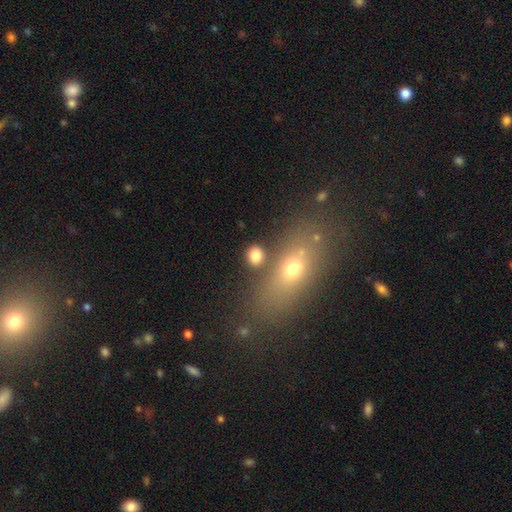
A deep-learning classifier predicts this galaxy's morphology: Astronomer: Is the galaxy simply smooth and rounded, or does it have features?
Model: smooth — 79%.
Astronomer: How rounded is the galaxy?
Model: round — 49% (runner-up: in between, 48%).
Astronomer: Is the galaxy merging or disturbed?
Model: none — 74%.